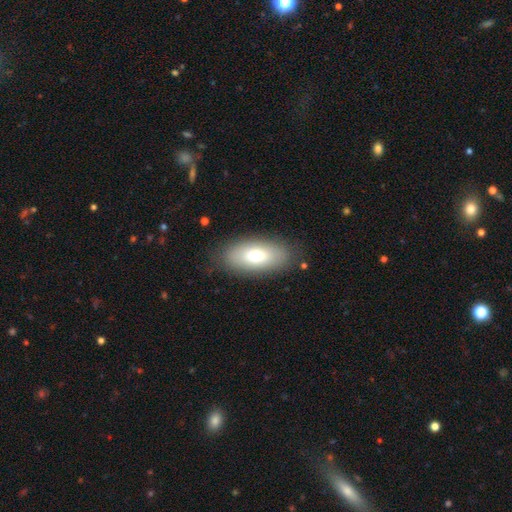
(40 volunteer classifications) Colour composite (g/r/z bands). It shows a smooth galaxy with no disk features (70%) that is in between round and cigar-shaped (93%). Merging: none (89%).